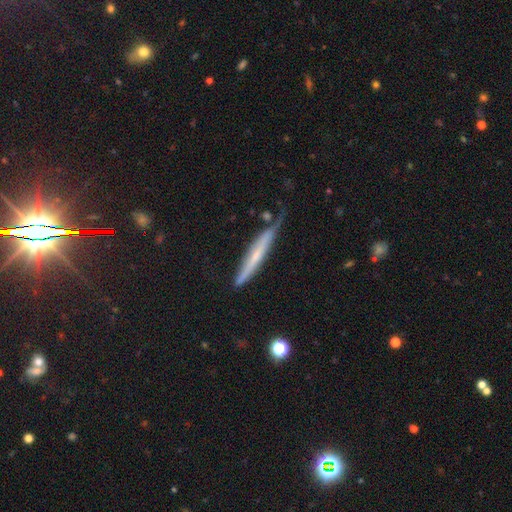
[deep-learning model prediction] featured or disk 52%, smooth 41%, star or artifact 7%. Down the decision tree: edge-on disk — yes (92%); merging — none (61%).